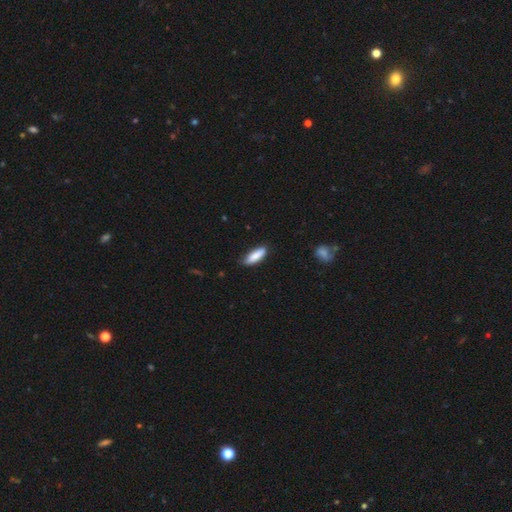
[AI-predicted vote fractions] A smooth galaxy with no disk features (87%) that is in between round and cigar-shaped (52%).

Vote fractions:
- Smooth or featured? smooth: 87% / featured or disk: 7% / star or artifact: 6%
- How rounded? in between: 52% / cigar-shaped: 46% / round: 2%
- Merging? none: 82% / minor disturbance: 15% / major disturbance: 2% / merger: 1%